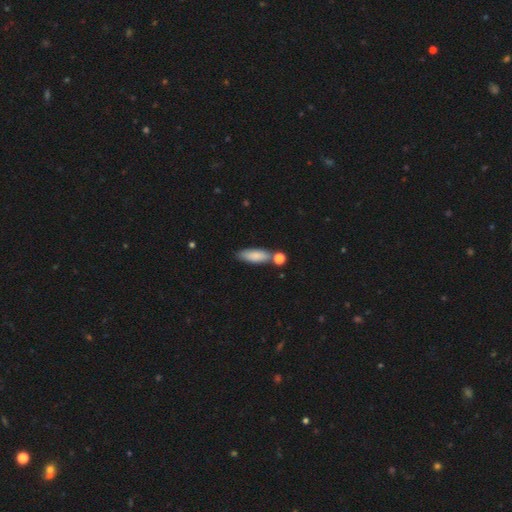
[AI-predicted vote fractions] Q: Smooth or featured?
A: smooth (82%); runner-up: featured or disk (10%)
Q: How rounded?
A: in between (61%); runner-up: cigar-shaped (36%)
Q: Merging?
A: none (66%); runner-up: merger (16%)